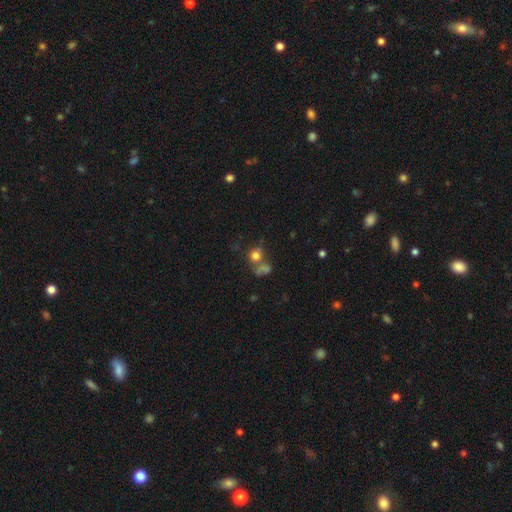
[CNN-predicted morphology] smooth 71%, star or artifact 16%, featured or disk 12%. Down the decision tree: how rounded — round (82%); merging — none (49%).